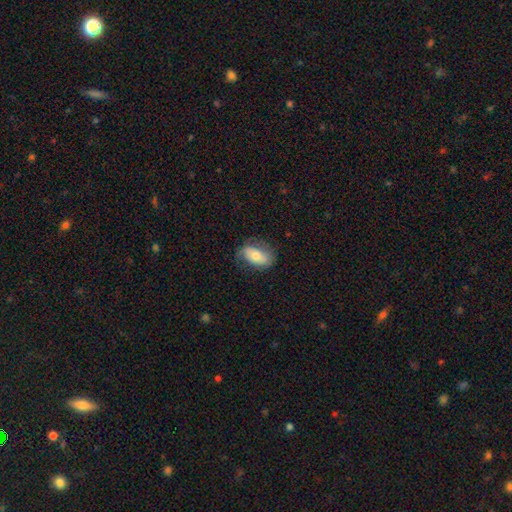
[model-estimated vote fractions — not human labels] smooth-or-featured: smooth: 62% | featured or disk: 31% | star or artifact: 7%
  how-rounded: in between: 90% | round: 7% | cigar-shaped: 3%
  merging: none: 66% | minor disturbance: 23% | major disturbance: 10% | merger: 1%